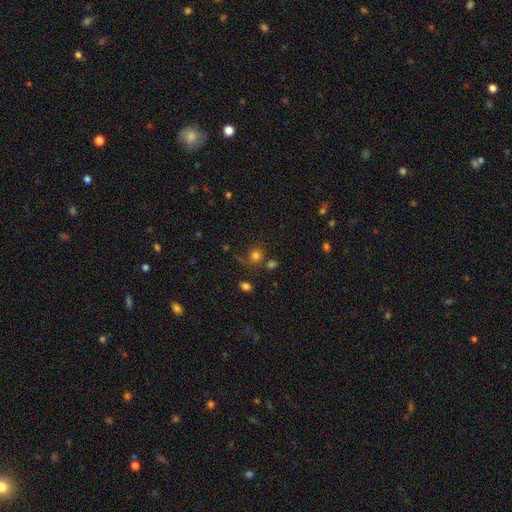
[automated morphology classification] A smooth galaxy with no disk features (74%) that is round (86%). Merging: none (61%).